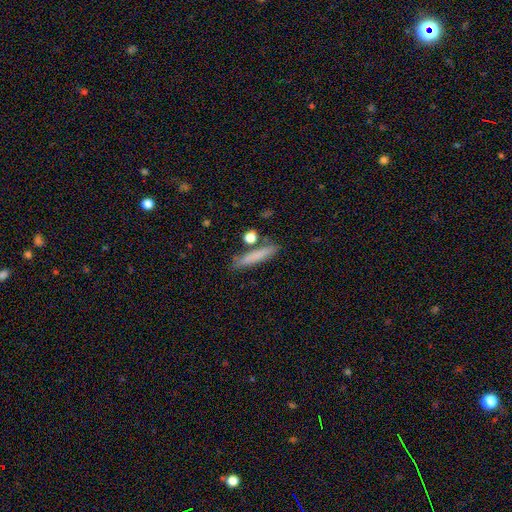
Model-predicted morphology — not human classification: This is likely a smooth galaxy (78%). How rounded: clearly cigar-shaped (88%). Merging: clearly none (81%).